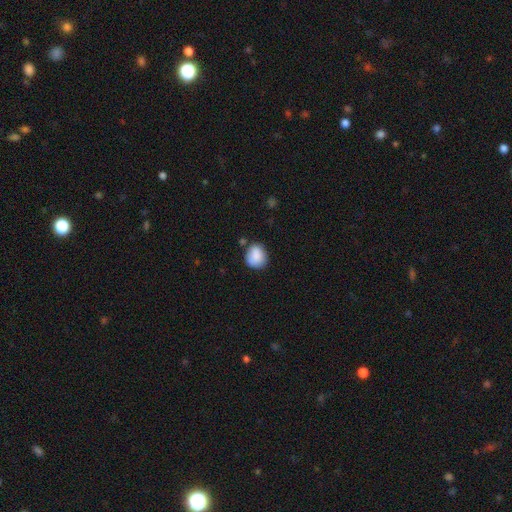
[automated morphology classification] Smooth or featured? Predicted: smooth (p=0.86). How rounded? Predicted: round (p=0.69). Merging? Predicted: none (p=0.67).